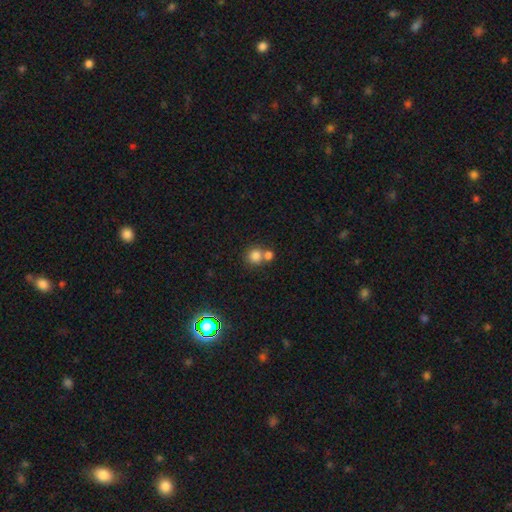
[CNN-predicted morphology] This is clearly a smooth galaxy (80%). How rounded: clearly round (88%). Merging: possibly none (51%).